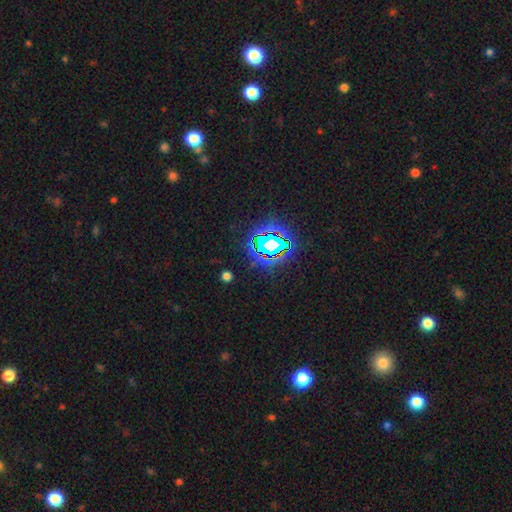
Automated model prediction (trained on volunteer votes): Q: Smooth or featured?
A: star or artifact (82%); runner-up: smooth (11%)